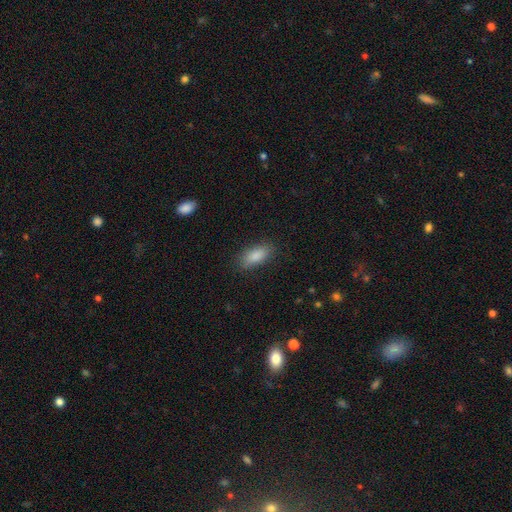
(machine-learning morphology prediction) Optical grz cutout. It shows a smooth galaxy with no disk features (87%) that is in between round and cigar-shaped (83%). Merging: none (85%).